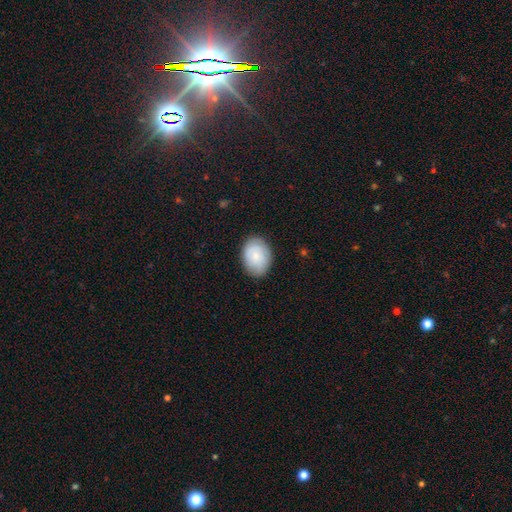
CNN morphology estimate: A smooth galaxy with no disk features (75%) that is in between round and cigar-shaped (69%). Merging: none (81%).